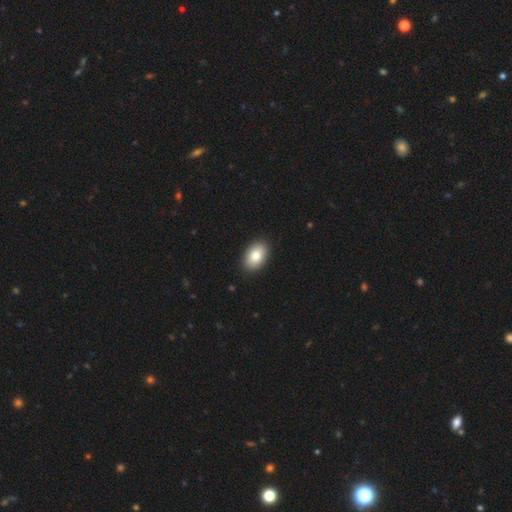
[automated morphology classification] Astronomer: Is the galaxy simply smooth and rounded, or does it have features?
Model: smooth — 82%.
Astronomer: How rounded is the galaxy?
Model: in between — 91%.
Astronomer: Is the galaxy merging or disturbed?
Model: none — 91%.